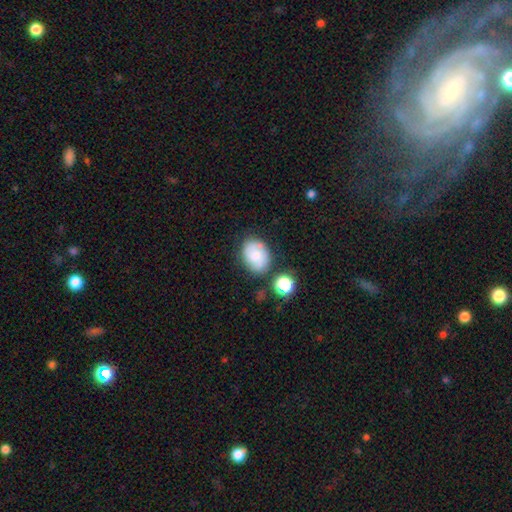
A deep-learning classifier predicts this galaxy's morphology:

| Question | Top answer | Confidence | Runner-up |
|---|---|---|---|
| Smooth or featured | smooth | 50% | featured or disk (40%) |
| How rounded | in between | 60% | round (39%) |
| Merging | none | 66% | minor disturbance (19%) |